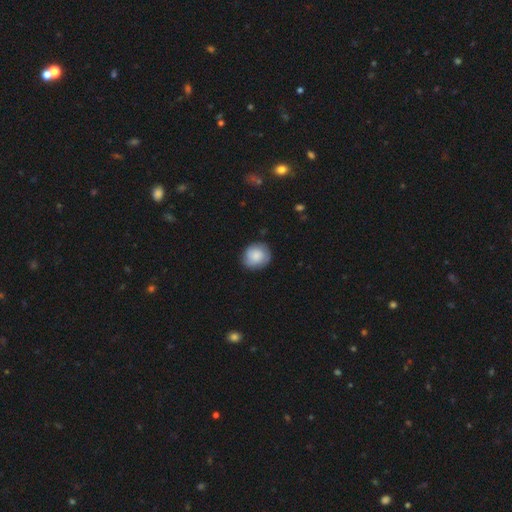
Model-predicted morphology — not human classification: Smooth or featured?
  - smooth: 75% *
  - featured or disk: 18%
  - star or artifact: 7%
How rounded?
  - round: 80% *
  - in between: 19%
  - cigar-shaped: 1%
Merging?
  - none: 79% *
  - minor disturbance: 16%
  - major disturbance: 3%
  - merger: 1%